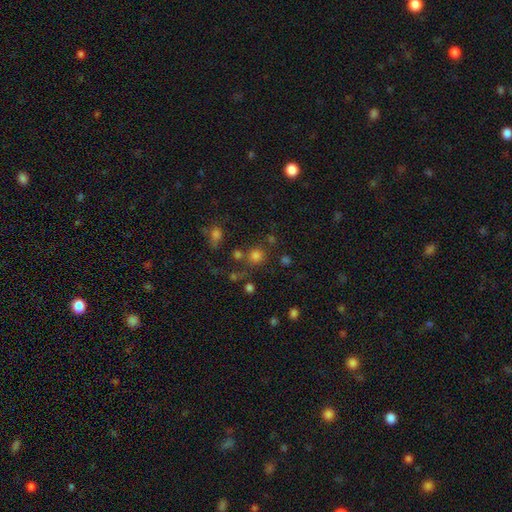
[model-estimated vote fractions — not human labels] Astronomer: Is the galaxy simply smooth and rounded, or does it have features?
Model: smooth — 73%.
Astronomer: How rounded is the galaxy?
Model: round — 87%.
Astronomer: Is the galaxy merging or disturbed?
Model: none — 68%.